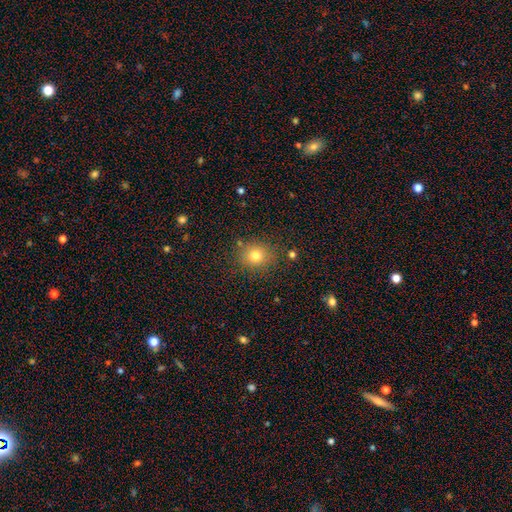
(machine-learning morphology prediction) This appears to be a smooth galaxy with no disk features (77%) that is round (81%). Merging: none (84%).